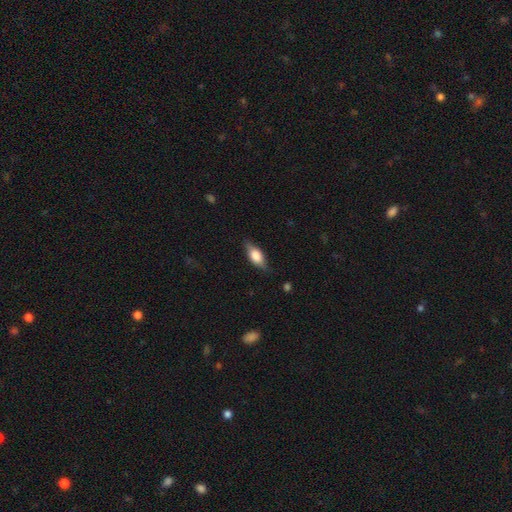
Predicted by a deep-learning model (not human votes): This is likely a smooth galaxy (63%). How rounded: likely in between (77%). Merging: likely none (79%).